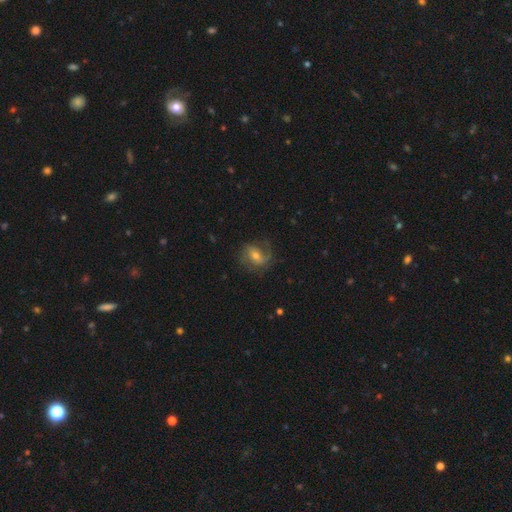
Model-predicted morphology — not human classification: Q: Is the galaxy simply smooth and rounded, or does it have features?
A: featured or disk — 65%.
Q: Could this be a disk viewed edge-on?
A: no — 96%.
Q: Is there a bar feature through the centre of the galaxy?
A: weak — 41%.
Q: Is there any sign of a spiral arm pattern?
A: yes — 86%.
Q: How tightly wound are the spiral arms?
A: medium — 43%.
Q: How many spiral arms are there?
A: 2 — 55%.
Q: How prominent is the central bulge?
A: moderate — 54%.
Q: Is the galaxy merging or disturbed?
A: none — 61%.